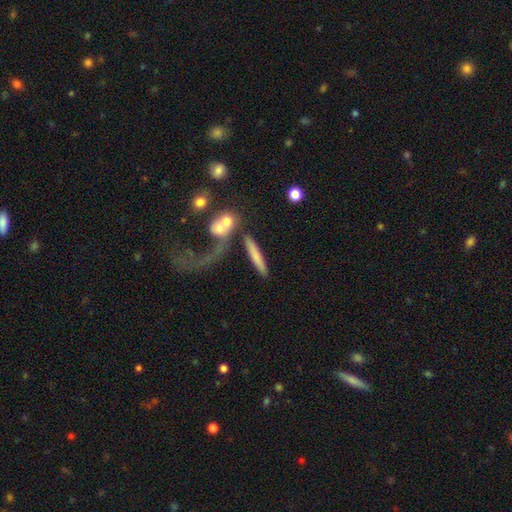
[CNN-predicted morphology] A smooth galaxy with no disk features (63%) that is cigar-shaped (83%). Merging: none (56%).